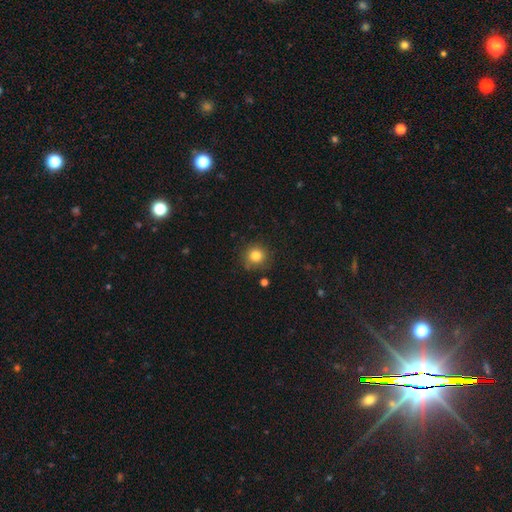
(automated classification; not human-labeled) Smooth or featured: smooth — 82% (star or artifact — 12%)
How rounded: round — 93% (in between — 6%)
Merging: none — 84% (minor disturbance — 11%)